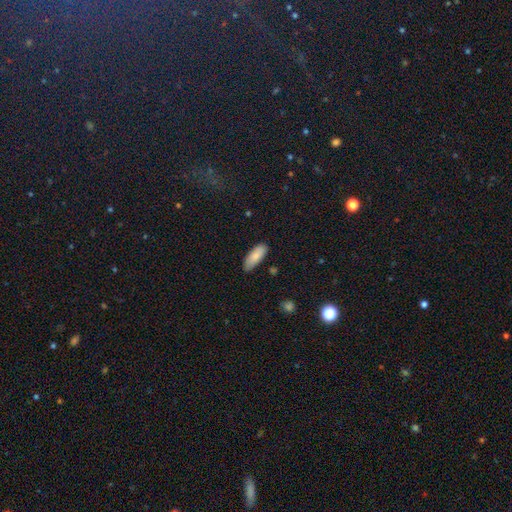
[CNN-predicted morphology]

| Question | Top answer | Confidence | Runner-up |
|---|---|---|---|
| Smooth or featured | smooth | 85% | featured or disk (9%) |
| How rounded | in between | 77% | cigar-shaped (21%) |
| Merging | none | 79% | minor disturbance (17%) |